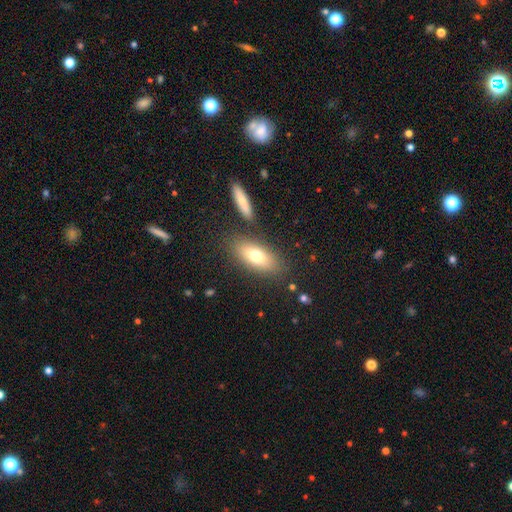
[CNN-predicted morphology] A smooth galaxy with no disk features (71%) that is in between round and cigar-shaped (81%).

Vote fractions:
- Smooth or featured? smooth: 71% / featured or disk: 20% / star or artifact: 8%
- How rounded? in between: 81% / cigar-shaped: 14% / round: 4%
- Merging? none: 79% / minor disturbance: 10% / merger: 7% / major disturbance: 4%